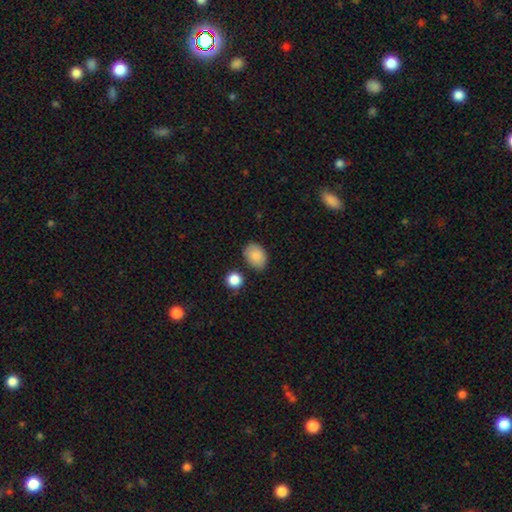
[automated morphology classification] Overall: smooth (86%). How rounded: in between (81%). Merging: none (76%).